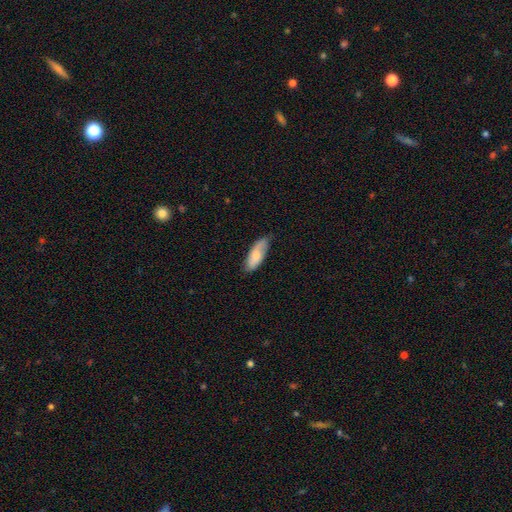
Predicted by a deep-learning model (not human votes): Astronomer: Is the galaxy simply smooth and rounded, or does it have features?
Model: smooth — 74%.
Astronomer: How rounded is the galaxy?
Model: in between — 73%.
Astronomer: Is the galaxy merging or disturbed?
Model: none — 71%.